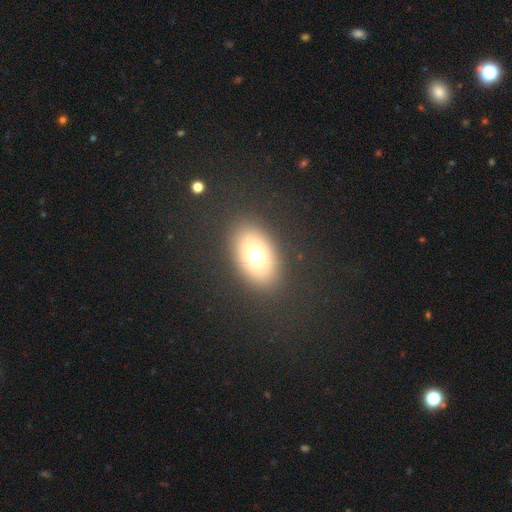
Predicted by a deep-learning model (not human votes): Morphology: type=smooth (67%); roundness=in between (79%); merging=none (86%).